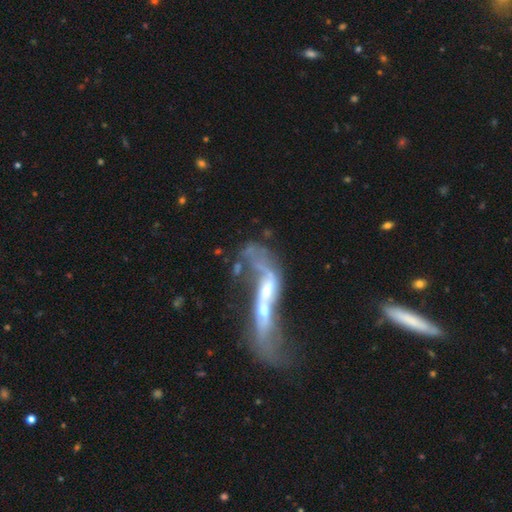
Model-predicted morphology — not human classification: featured or disk 77%, smooth 14%, star or artifact 9%. Down the decision tree: edge-on disk — no (77%); bar — no (47%); spiral arms — yes (65%); bulge size — small (43%); merging — merger (50%).